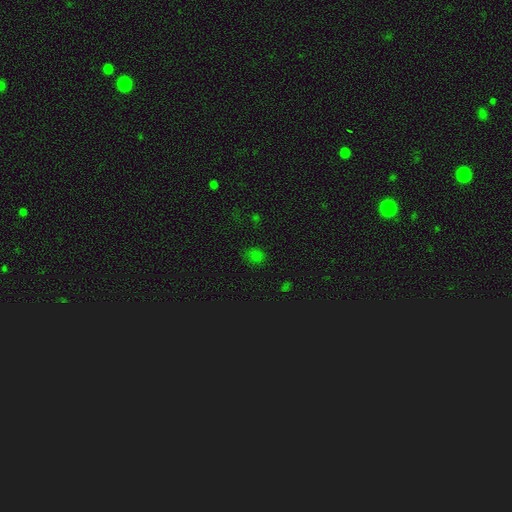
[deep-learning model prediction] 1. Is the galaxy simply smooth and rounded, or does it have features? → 65% smooth, 30% star or artifact, 5% featured or disk.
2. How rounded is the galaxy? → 61% round, 37% in between, 2% cigar-shaped.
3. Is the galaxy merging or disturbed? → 79% none, 14% minor disturbance, 5% major disturbance, 2% merger.